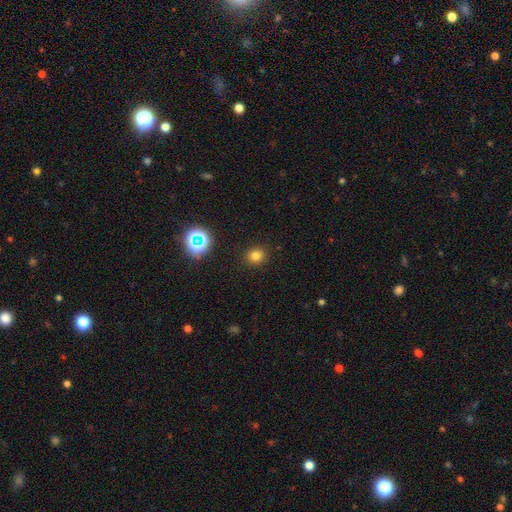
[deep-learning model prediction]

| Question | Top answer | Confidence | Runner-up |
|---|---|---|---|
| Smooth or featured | smooth | 76% | star or artifact (18%) |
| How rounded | round | 81% | in between (18%) |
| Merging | none | 90% | minor disturbance (6%) |